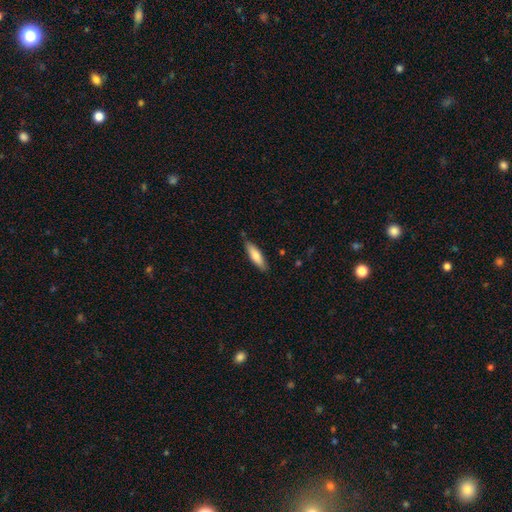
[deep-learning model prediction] Smooth or featured?
  - smooth: 72% *
  - featured or disk: 22%
  - star or artifact: 6%
How rounded?
  - cigar-shaped: 64% *
  - in between: 34%
  - round: 2%
Merging?
  - none: 84% *
  - minor disturbance: 12%
  - major disturbance: 2%
  - merger: 2%